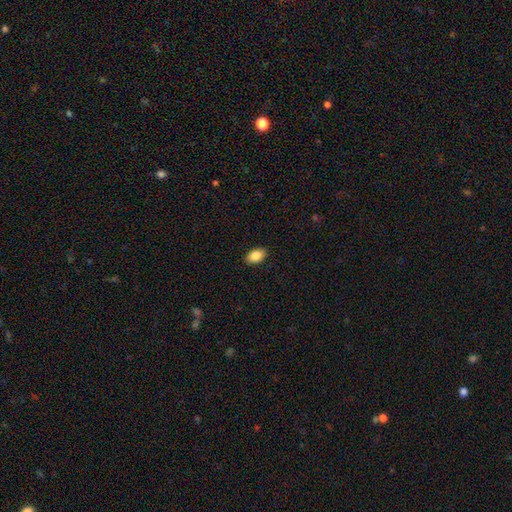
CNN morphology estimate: This is clearly a smooth galaxy (86%). How rounded: clearly in between (91%). Merging: clearly none (89%).